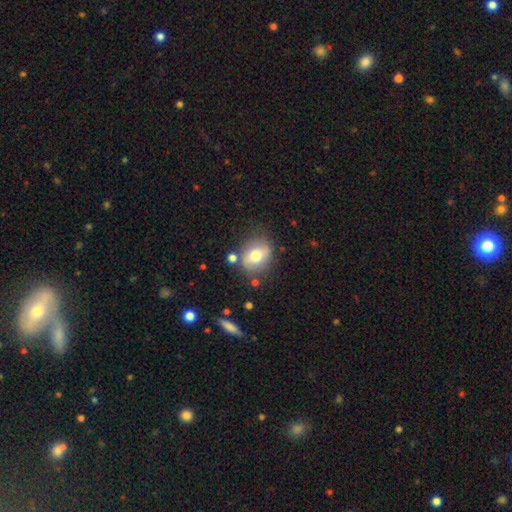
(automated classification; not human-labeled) smooth-or-featured: smooth: 66% | featured or disk: 25% | star or artifact: 9%
  how-rounded: round: 59% | in between: 40% | cigar-shaped: 1%
  merging: none: 72% | minor disturbance: 17% | merger: 6% | major disturbance: 5%